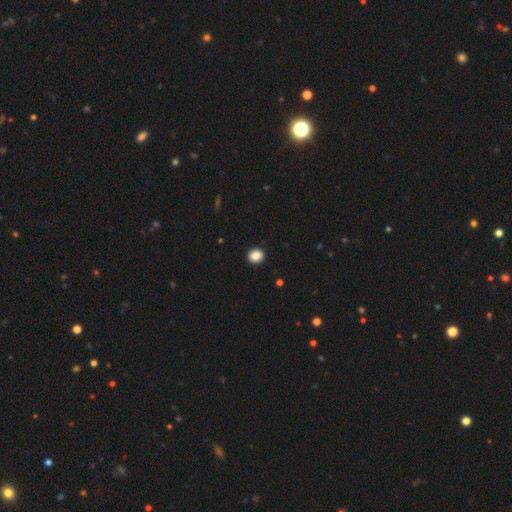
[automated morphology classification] smooth-or-featured: smooth: 88% | star or artifact: 9% | featured or disk: 3%
  how-rounded: round: 74% | in between: 25% | cigar-shaped: 1%
  merging: none: 92% | minor disturbance: 5% | major disturbance: 2% | merger: 1%